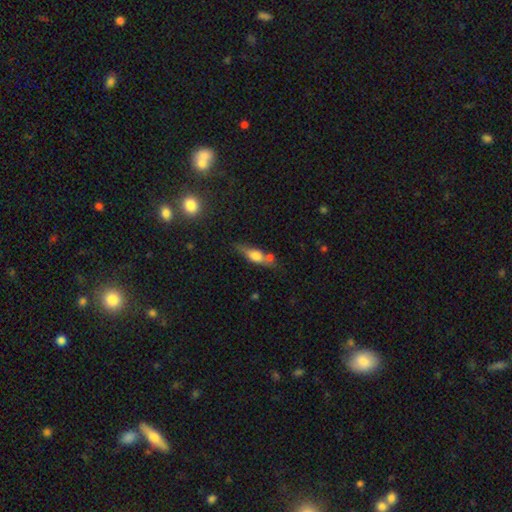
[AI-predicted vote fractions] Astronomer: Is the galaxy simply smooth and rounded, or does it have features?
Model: smooth — 52% (runner-up: featured or disk, 39%).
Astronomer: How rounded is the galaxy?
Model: cigar-shaped — 48% (runner-up: in between, 46%).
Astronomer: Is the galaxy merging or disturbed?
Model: none — 57%.